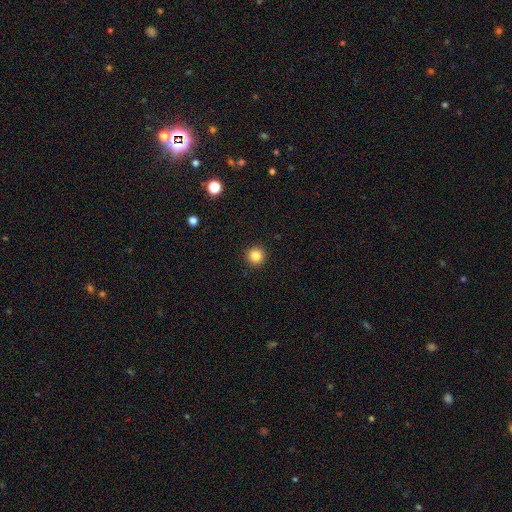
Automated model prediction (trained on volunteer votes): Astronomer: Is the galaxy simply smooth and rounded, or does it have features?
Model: smooth — 84%.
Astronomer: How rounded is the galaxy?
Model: round — 96%.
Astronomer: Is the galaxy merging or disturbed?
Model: none — 93%.